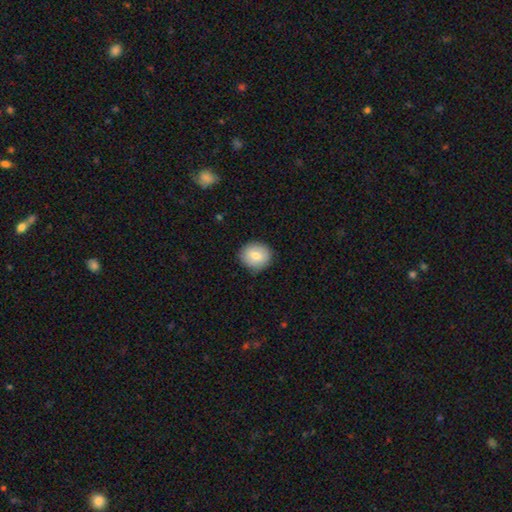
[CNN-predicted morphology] The model was most divided on "smooth or featured": smooth: 79%, featured or disk: 13%, star or artifact: 8%. More confident: merging — none (85%); how rounded — round (83%).